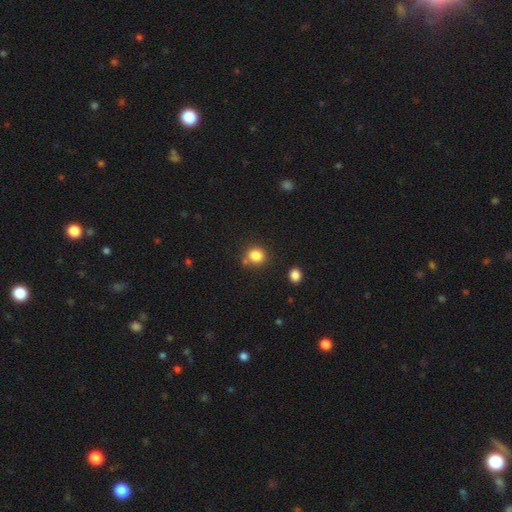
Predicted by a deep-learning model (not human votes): The model was most divided on "merging": none: 74%, minor disturbance: 11%, merger: 11%, major disturbance: 4%. More confident: smooth or featured — smooth (84%); how rounded — round (81%).